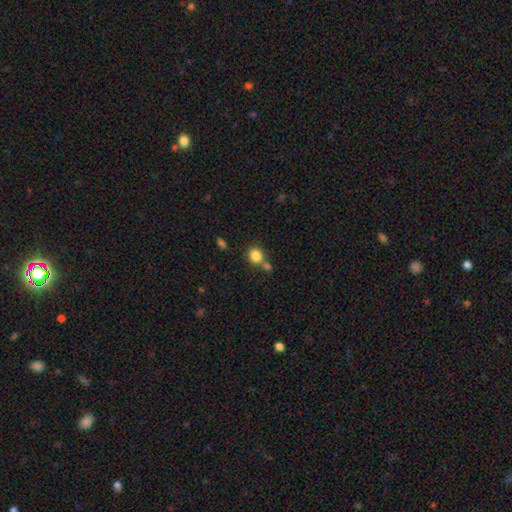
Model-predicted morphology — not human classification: smooth_or_featured: smooth (p=0.84) [alt: star or artifact p=0.10]
how_rounded: round (p=0.82) [alt: in between p=0.17]
merging: none (p=0.59) [alt: merger p=0.27]